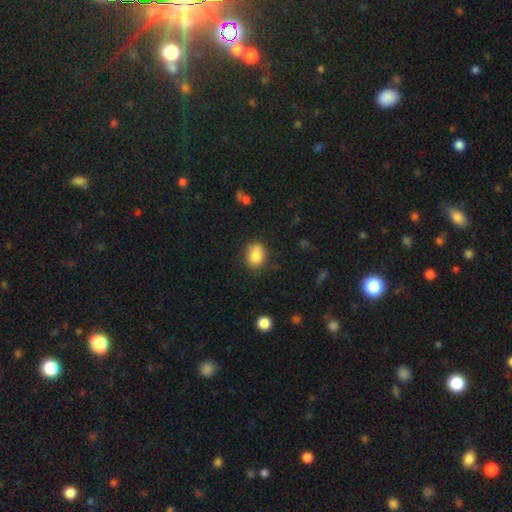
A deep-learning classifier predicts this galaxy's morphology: smooth-or-featured: smooth: 83% | star or artifact: 9% | featured or disk: 7%
  how-rounded: in between: 55% | round: 44% | cigar-shaped: 1%
  merging: none: 72% | minor disturbance: 20% | major disturbance: 4% | merger: 3%